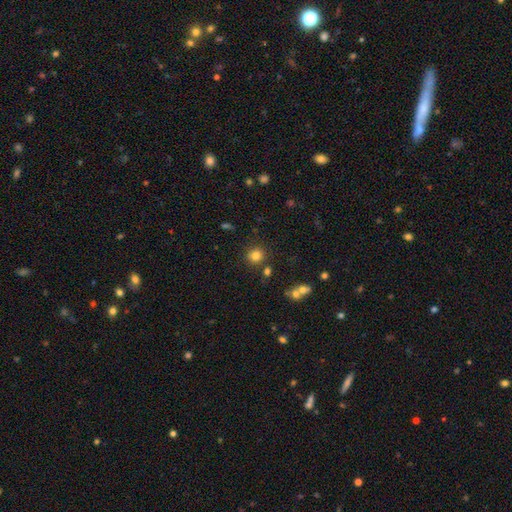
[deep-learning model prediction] The model was most divided on "smooth or featured": smooth: 80%, star or artifact: 13%, featured or disk: 6%. More confident: how rounded — round (88%); merging — none (83%).